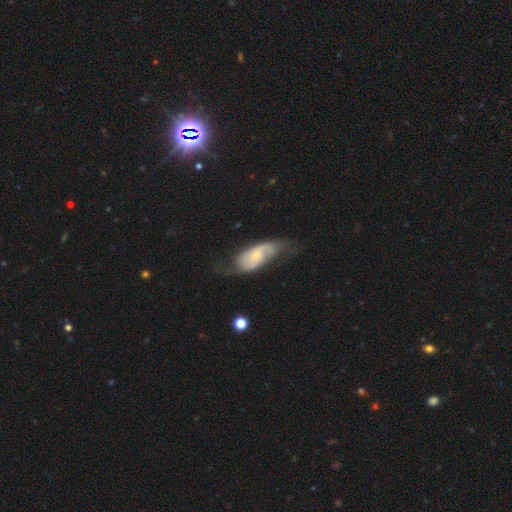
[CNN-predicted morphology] A featured or disk galaxy (68%) with no bar (62%), 2 (74%) loose (42%) spiral arms (85%) and a small central bulge (55%).

Vote fractions:
- Smooth or featured? featured or disk: 68% / smooth: 26% / star or artifact: 6%
- Edge-on disk? no: 92% / yes: 8%
- Bar? no: 62% / weak: 31% / strong: 7%
- Spiral arms? yes: 85% / no: 15%
- Spiral winding? loose: 42% / medium: 39% / tight: 20%
- Spiral arm count? 2: 74% / can't tell: 15% / 1: 7% / 3: 2% / 4: 1% / more than 4: 1%
- Bulge size? small: 55% / moderate: 39% / none: 3% / large: 3% / dominant: 1%
- Merging? none: 47% / minor disturbance: 28% / major disturbance: 22% / merger: 3%